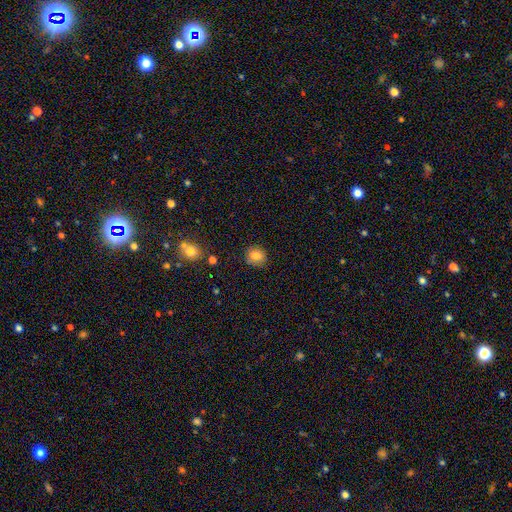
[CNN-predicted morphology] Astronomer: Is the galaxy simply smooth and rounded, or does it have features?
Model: smooth — 82%.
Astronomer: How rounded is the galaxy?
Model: round — 64%.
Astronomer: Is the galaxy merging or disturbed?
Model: none — 79%.